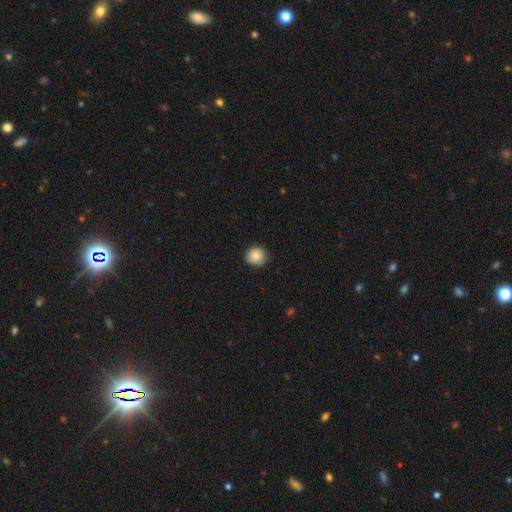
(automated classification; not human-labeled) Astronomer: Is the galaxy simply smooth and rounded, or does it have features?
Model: smooth — 86%.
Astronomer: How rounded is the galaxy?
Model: round — 85%.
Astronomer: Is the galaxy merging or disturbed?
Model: none — 85%.